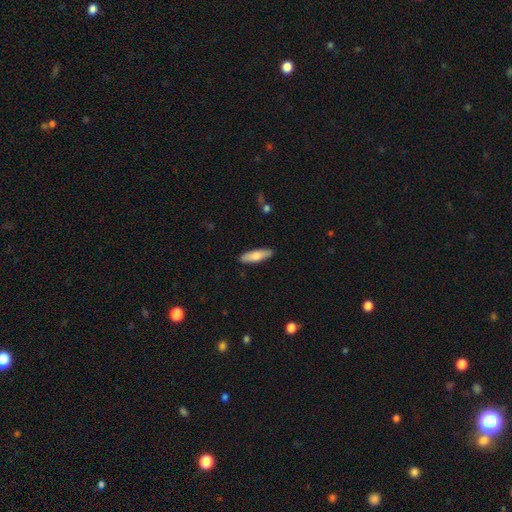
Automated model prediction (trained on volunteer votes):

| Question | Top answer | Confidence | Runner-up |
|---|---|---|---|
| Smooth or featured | smooth | 74% | featured or disk (21%) |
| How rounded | cigar-shaped | 58% | in between (40%) |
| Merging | none | 89% | minor disturbance (8%) |